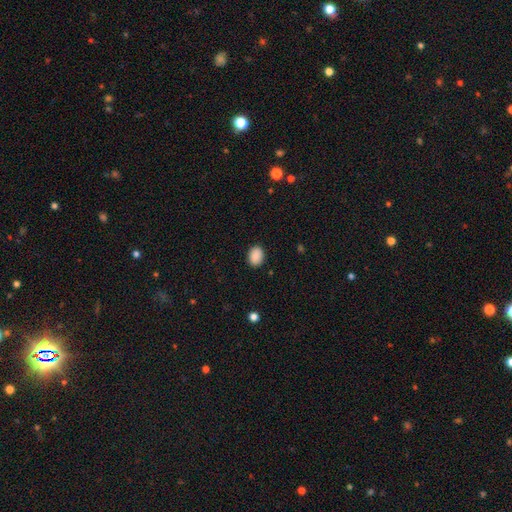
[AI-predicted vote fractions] This is clearly a smooth galaxy (89%). How rounded: likely in between (70%). Merging: clearly none (88%).